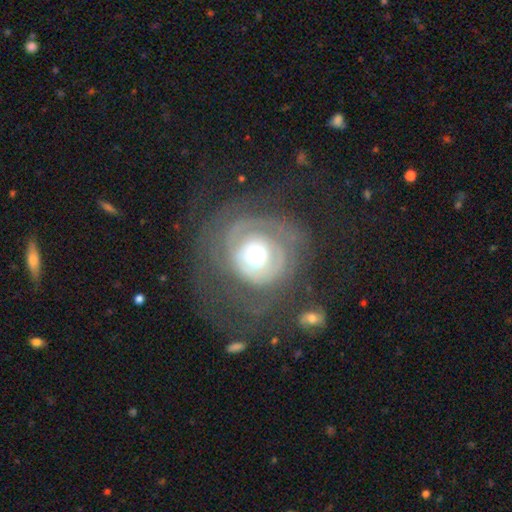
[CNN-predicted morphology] type=featured or disk (76%); edge-on=no (97%); bar=no (77%); spiral arms=yes (80%); winding=tight (65%); arm count=can't tell (40%); bulge=moderate (60%); merging=none (52%).